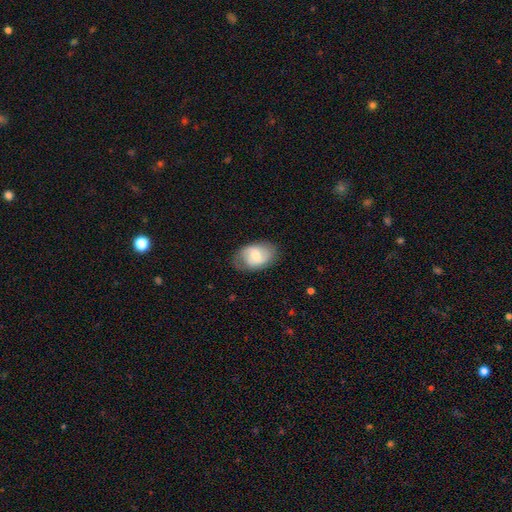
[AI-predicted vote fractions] Smooth or featured? Predicted: smooth (p=0.53). How rounded? Predicted: in between (p=0.84). Merging? Predicted: none (p=0.74).